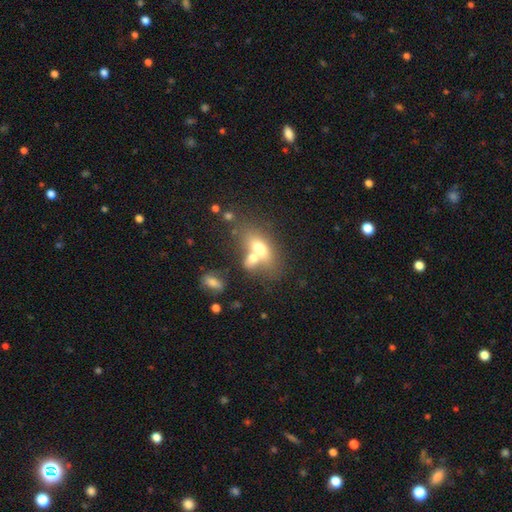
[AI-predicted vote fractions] This appears to be a smooth galaxy with no disk features (62%) that is in between round and cigar-shaped (74%). Merging: merger (53%).